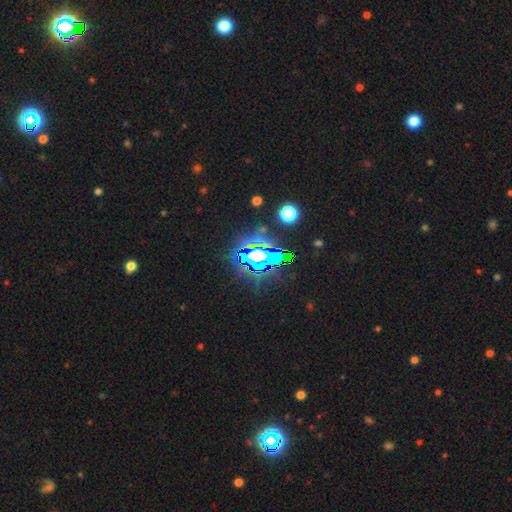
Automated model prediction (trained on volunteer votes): Overall: star or artifact (81%).